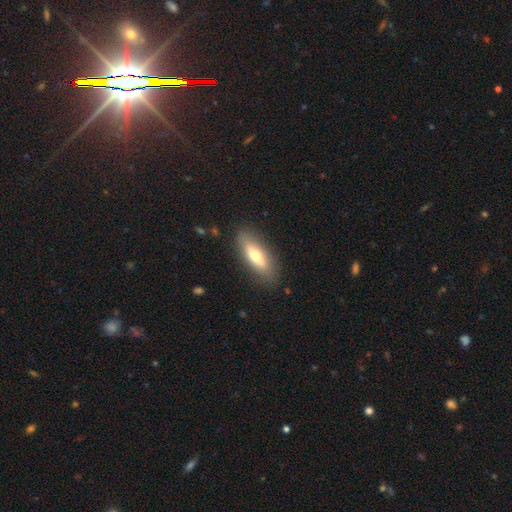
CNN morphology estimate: smooth-or-featured: smooth: 64% | featured or disk: 30% | star or artifact: 6%
  how-rounded: in between: 56% | cigar-shaped: 41% | round: 2%
  merging: none: 86% | minor disturbance: 10% | major disturbance: 3% | merger: 1%